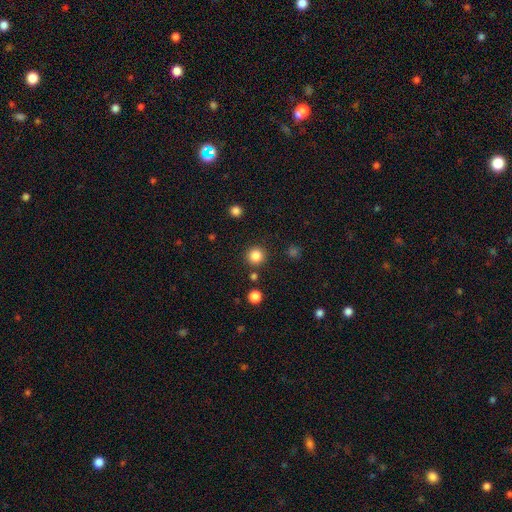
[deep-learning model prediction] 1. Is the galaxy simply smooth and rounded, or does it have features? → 84% smooth, 12% star or artifact, 4% featured or disk.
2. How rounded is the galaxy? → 94% round, 5% in between, 1% cigar-shaped.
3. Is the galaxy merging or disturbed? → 88% none, 6% minor disturbance, 3% merger, 2% major disturbance.